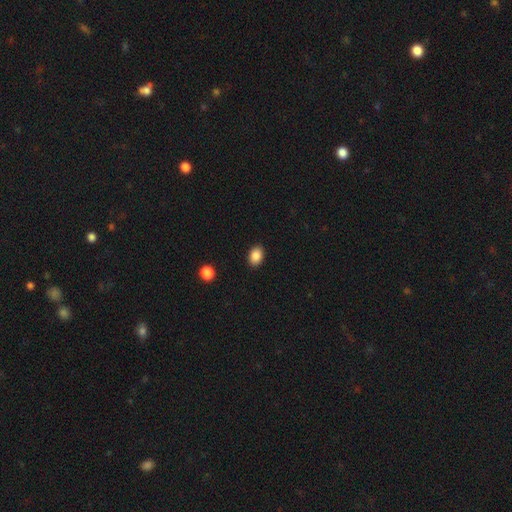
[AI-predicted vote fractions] Q: Smooth or featured?
A: smooth (87%); runner-up: star or artifact (9%)
Q: How rounded?
A: in between (74%); runner-up: round (25%)
Q: Merging?
A: none (90%); runner-up: minor disturbance (7%)